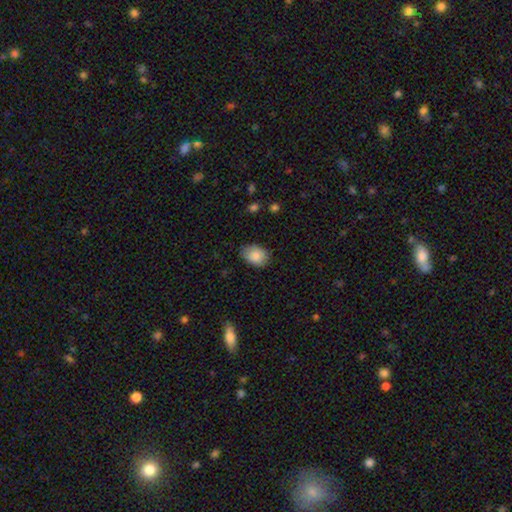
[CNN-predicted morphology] Smooth or featured?
  - smooth: 87% *
  - star or artifact: 7%
  - featured or disk: 6%
How rounded?
  - in between: 75% *
  - round: 24%
  - cigar-shaped: 1%
Merging?
  - none: 79% *
  - minor disturbance: 17%
  - major disturbance: 3%
  - merger: 1%